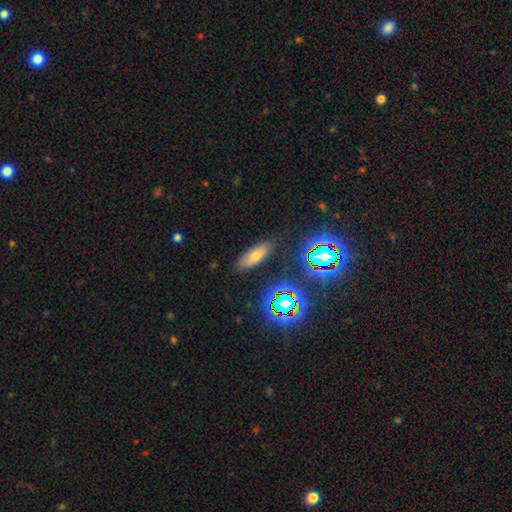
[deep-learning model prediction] The model was most divided on "smooth or featured": smooth: 57%, star or artifact: 26%, featured or disk: 18%. More confident: merging — none (85%); how rounded — in between (66%).